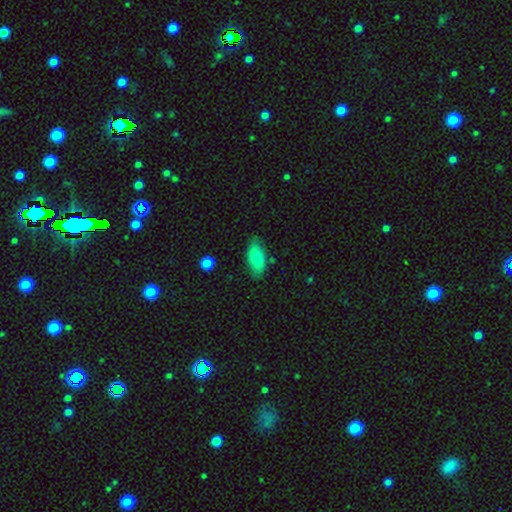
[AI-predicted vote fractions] Smooth or featured? smooth (74%)
How rounded? in between (86%)
Merging? none (81%)